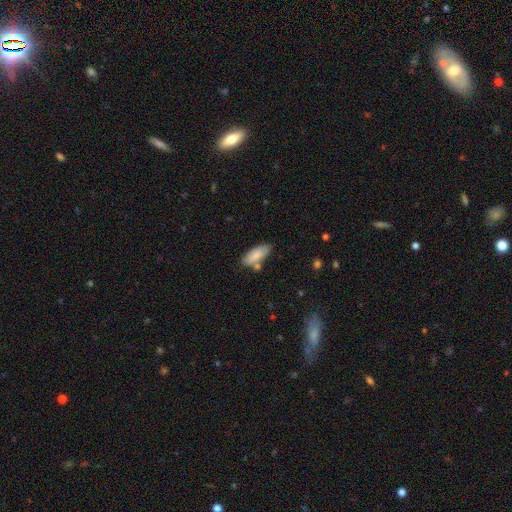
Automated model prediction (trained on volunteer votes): smooth-or-featured: smooth: 83% | featured or disk: 11% | star or artifact: 6%
  how-rounded: in between: 79% | cigar-shaped: 19% | round: 2%
  merging: none: 71% | minor disturbance: 16% | merger: 10% | major disturbance: 3%